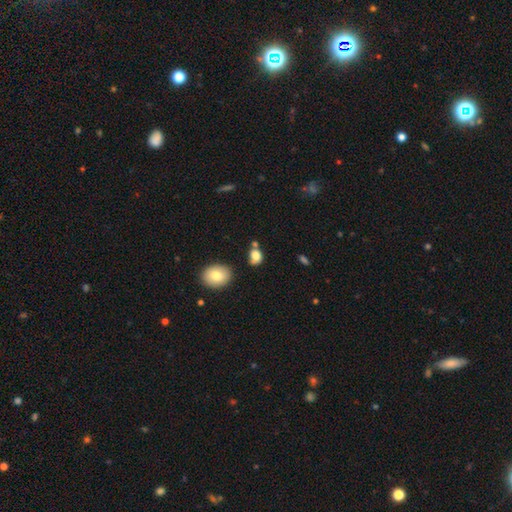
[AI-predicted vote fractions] smooth_or_featured: smooth (p=0.80) [alt: star or artifact p=0.10]
how_rounded: in between (p=0.56) [alt: round p=0.42]
merging: none (p=0.56) [alt: minor disturbance p=0.20]